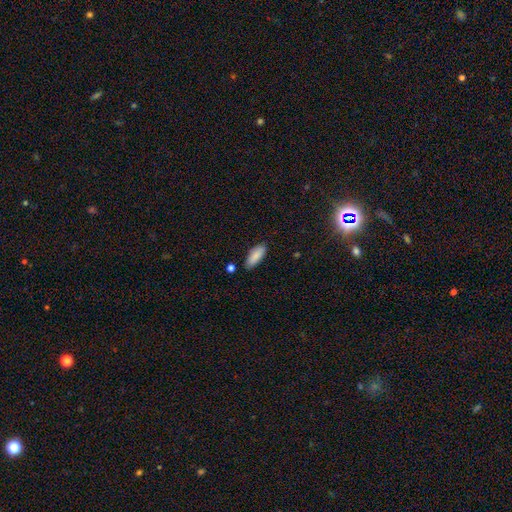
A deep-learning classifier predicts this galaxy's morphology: Overall: smooth (88%). How rounded: in between (77%). Merging: none (83%).